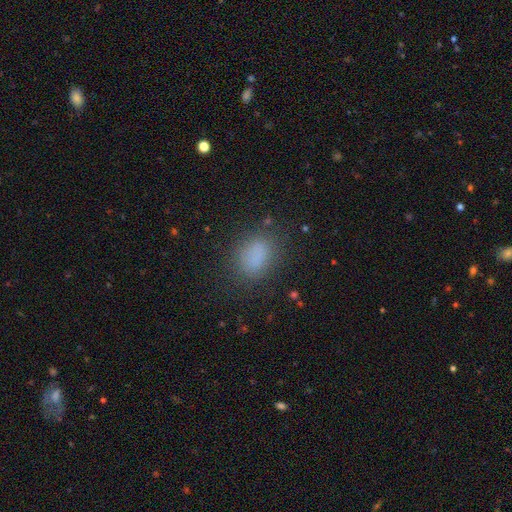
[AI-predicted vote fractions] Smooth or featured: smooth — 82% (star or artifact — 12%)
How rounded: in between — 75% (round — 23%)
Merging: none — 80% (minor disturbance — 13%)